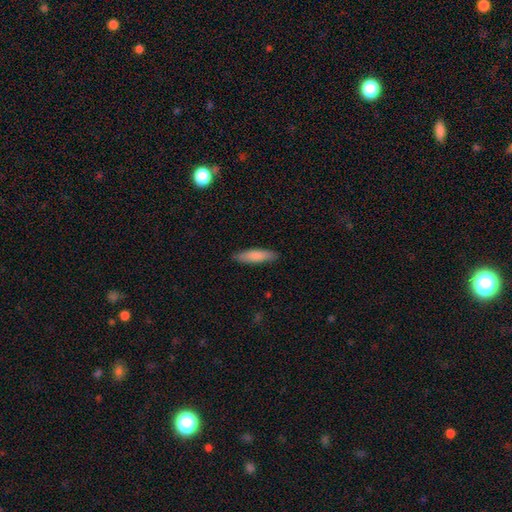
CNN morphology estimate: Smooth or featured? smooth (83%)
How rounded? cigar-shaped (71%)
Merging? none (89%)